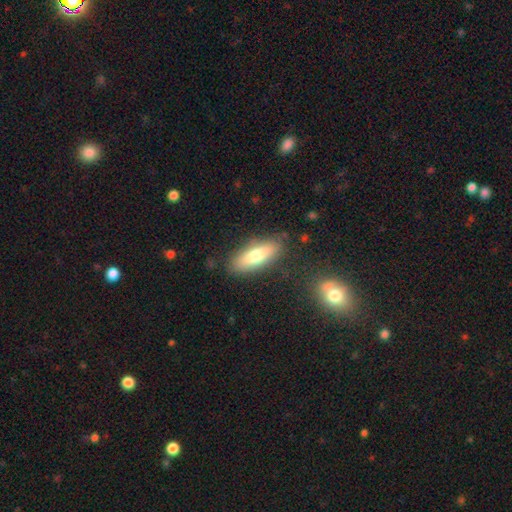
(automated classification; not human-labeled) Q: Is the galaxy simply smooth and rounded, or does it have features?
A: smooth — 70%.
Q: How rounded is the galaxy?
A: in between — 59%.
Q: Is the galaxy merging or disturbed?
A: none — 83%.